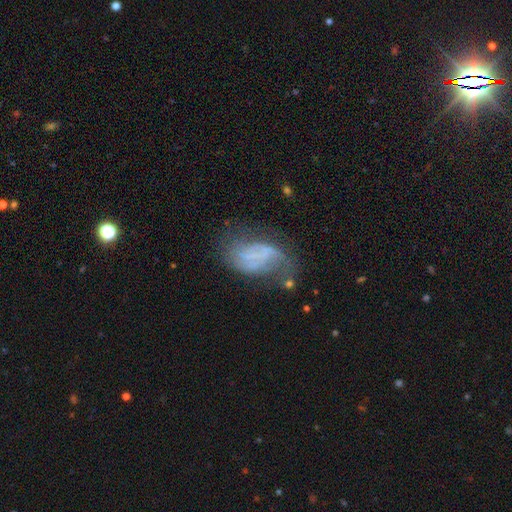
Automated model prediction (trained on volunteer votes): Smooth or featured: featured or disk — 61% (smooth — 26%)
Edge-on disk: no — 96% (yes — 4%)
Bar: no — 59% (weak — 28%)
Spiral arms: yes — 64% (no — 36%)
Bulge size: none — 71% (small — 19%)
Merging: none — 40% (major disturbance — 29%)